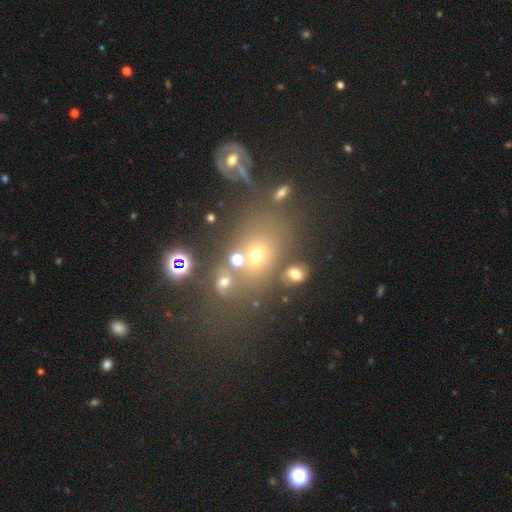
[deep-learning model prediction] Smooth or featured? Predicted: smooth (p=0.48). Merging? Predicted: none (p=0.52).